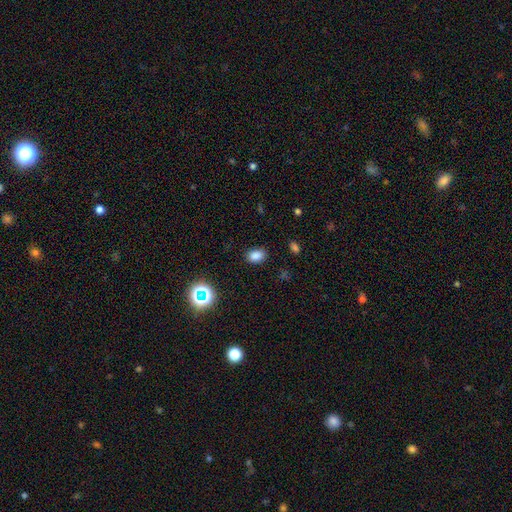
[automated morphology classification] Smooth or featured? smooth (82%)
How rounded? in between (78%)
Merging? none (86%)